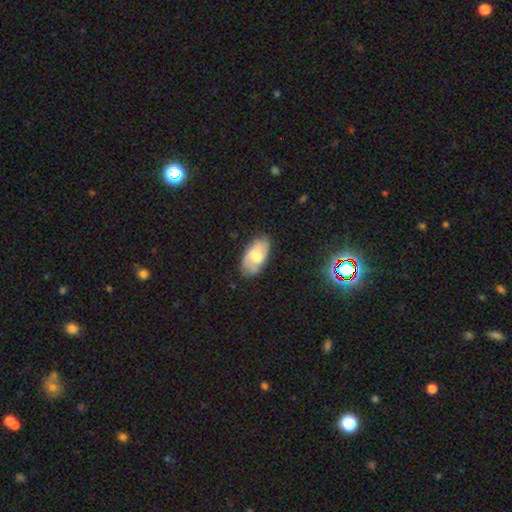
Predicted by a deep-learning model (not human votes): This appears to be a smooth galaxy with no disk features (49%). Merging: none (74%).